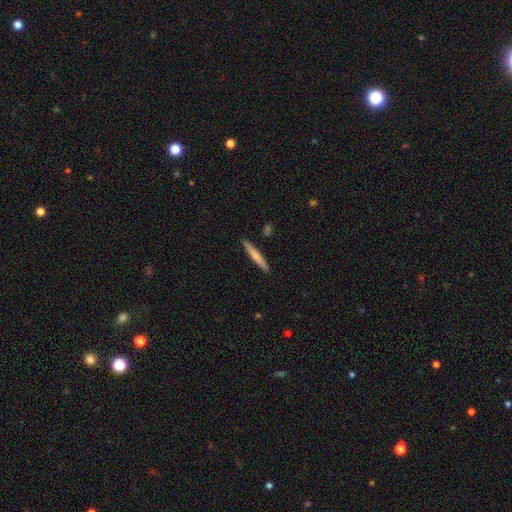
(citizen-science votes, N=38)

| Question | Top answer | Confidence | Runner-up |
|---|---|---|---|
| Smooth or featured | smooth | 82% | featured or disk (13%) |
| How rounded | cigar-shaped | 100% | — |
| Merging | none | 94% | minor disturbance (6%) |